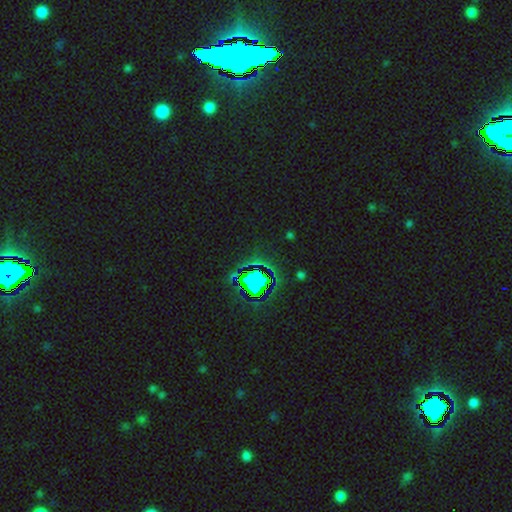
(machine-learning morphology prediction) smooth_or_featured: star or artifact (p=0.81) [alt: smooth p=0.10]